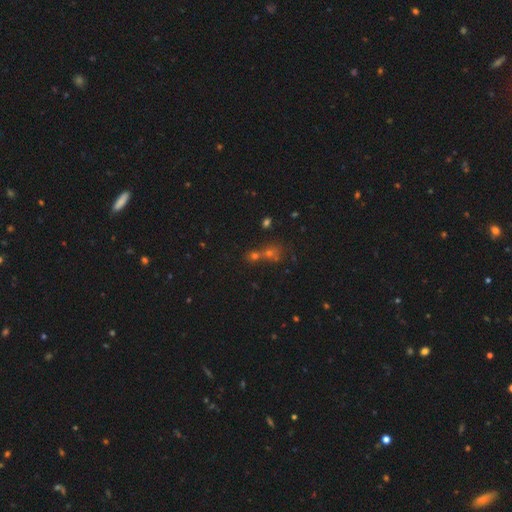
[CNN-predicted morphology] Smooth or featured? smooth (48%)
Merging? none (45%)